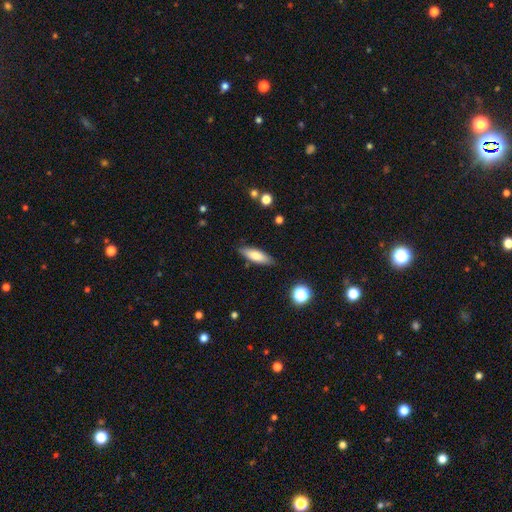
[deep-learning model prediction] Smooth or featured? Predicted: smooth (p=0.75). How rounded? Predicted: in between (p=0.53). Merging? Predicted: none (p=0.85).